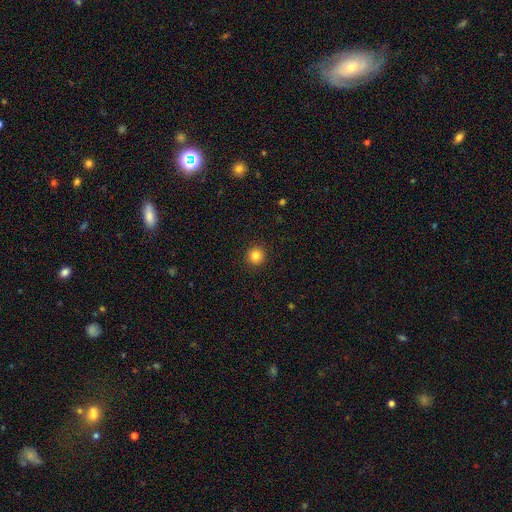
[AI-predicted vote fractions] The model was most divided on "smooth or featured": smooth: 84%, star or artifact: 11%, featured or disk: 5%. More confident: how rounded — round (95%); merging — none (93%).